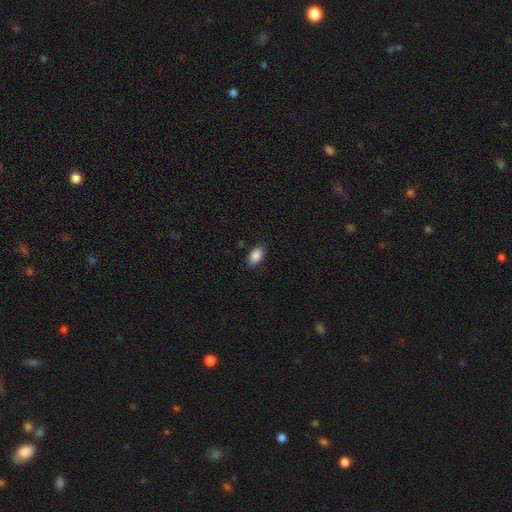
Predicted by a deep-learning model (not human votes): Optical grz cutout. It shows a smooth galaxy with no disk features (88%) that is in between round and cigar-shaped (93%). Merging: none (87%).